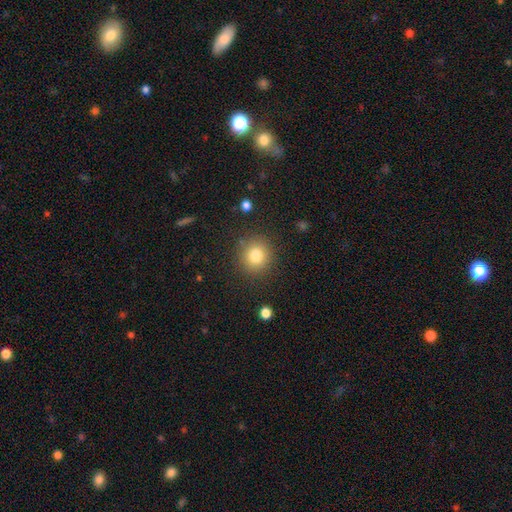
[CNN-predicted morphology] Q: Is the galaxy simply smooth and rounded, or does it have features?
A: smooth — 80%.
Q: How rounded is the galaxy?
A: round — 90%.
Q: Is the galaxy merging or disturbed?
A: none — 87%.